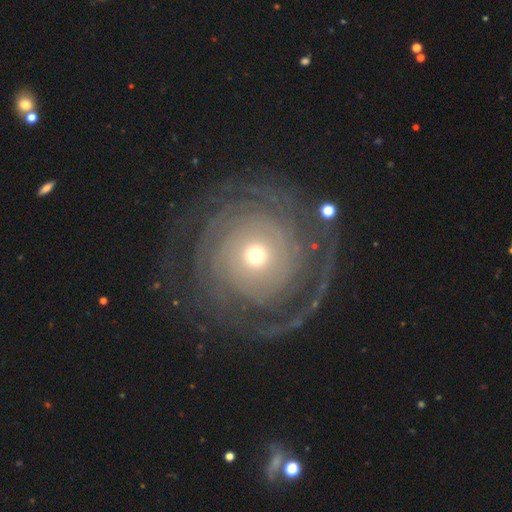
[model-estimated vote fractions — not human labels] Smooth or featured: featured or disk — 86% (smooth — 7%)
Edge-on disk: no — 97% (yes — 3%)
Bar: no — 83% (weak — 12%)
Spiral arms: yes — 96% (no — 4%)
Spiral winding: tight — 77% (medium — 17%)
Spiral arm count: can't tell — 26% (2 — 25%)
Bulge size: small — 57% (moderate — 36%)
Merging: none — 74% (major disturbance — 12%)